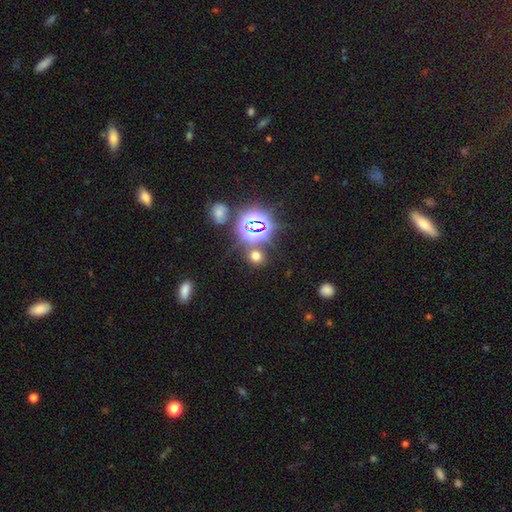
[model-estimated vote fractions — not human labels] The model was most divided on "smooth or featured": smooth: 53%, star or artifact: 40%, featured or disk: 7%. More confident: merging — none (79%); how rounded — round (78%).